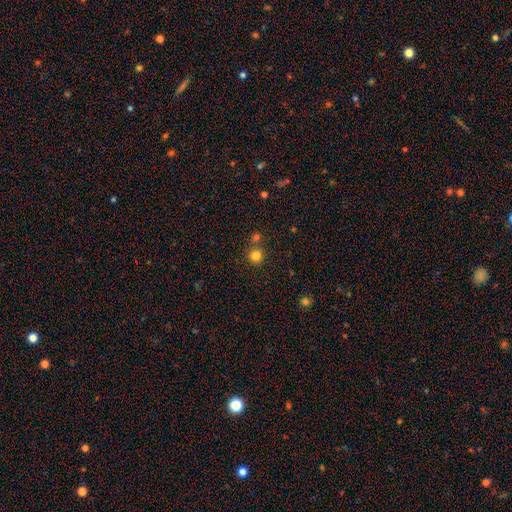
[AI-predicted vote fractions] A smooth galaxy with no disk features (82%) that is round (92%). Merging: none (73%).